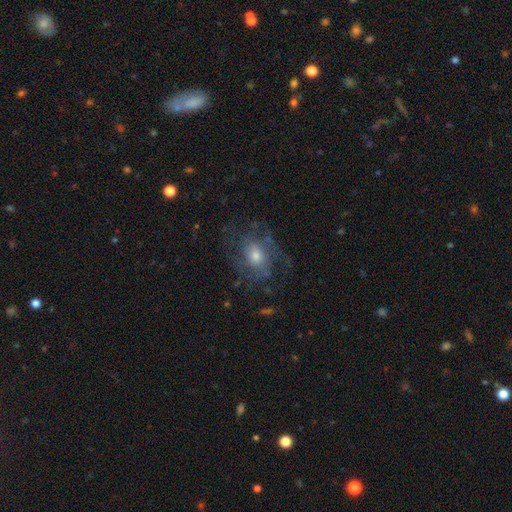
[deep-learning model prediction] Smooth or featured? featured or disk (67%)
Edge-on disk? no (96%)
Bar? no (69%)
Spiral arms? yes (77%)
Bulge size? moderate (54%)
Merging? none (62%)